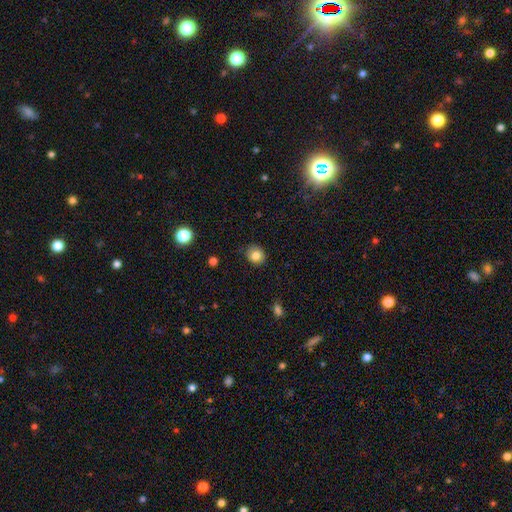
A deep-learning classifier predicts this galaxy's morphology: This is clearly a smooth galaxy (82%). How rounded: likely round (78%). Merging: clearly none (84%).